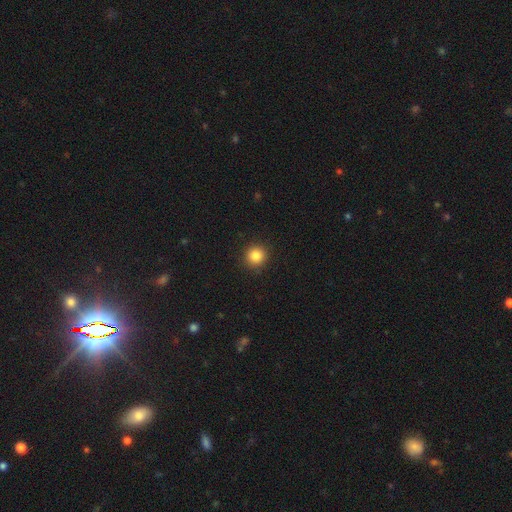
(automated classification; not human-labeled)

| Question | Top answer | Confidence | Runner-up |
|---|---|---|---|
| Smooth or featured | smooth | 85% | star or artifact (11%) |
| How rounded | round | 93% | in between (6%) |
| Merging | none | 92% | minor disturbance (5%) |